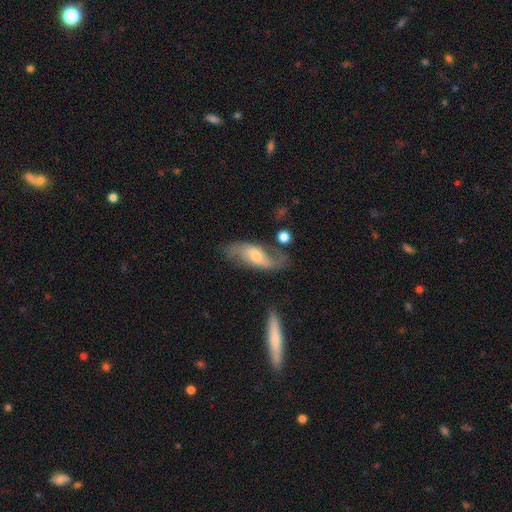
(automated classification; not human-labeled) A featured or disk galaxy (65%) with no bar (45%), 2 (85%) loose (54%) spiral arms (89%) and a moderate central bulge (46%).

Vote fractions:
- Smooth or featured? featured or disk: 65% / smooth: 28% / star or artifact: 7%
- Edge-on disk? no: 88% / yes: 12%
- Bar? no: 45% / weak: 41% / strong: 15%
- Spiral arms? yes: 89% / no: 11%
- Spiral winding? loose: 54% / medium: 34% / tight: 12%
- Spiral arm count? 2: 85% / can't tell: 8% / 1: 4% / 3: 1% / 4: 1% / more than 4: 1%
- Bulge size? moderate: 46% / small: 42% / large: 6% / none: 4% / dominant: 2%
- Merging? none: 60% / minor disturbance: 22% / major disturbance: 11% / merger: 7%